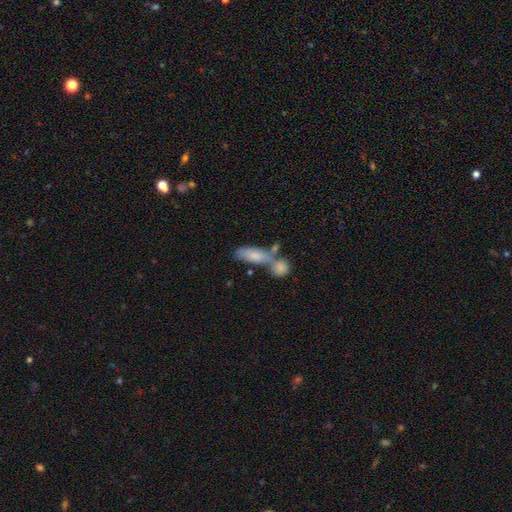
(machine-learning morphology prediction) A smooth galaxy with no disk features (73%) that is in between round and cigar-shaped (66%).

Vote fractions:
- Smooth or featured? smooth: 73% / featured or disk: 19% / star or artifact: 8%
- How rounded? in between: 66% / cigar-shaped: 30% / round: 4%
- Merging? merger: 52% / none: 31% / minor disturbance: 11% / major disturbance: 6%